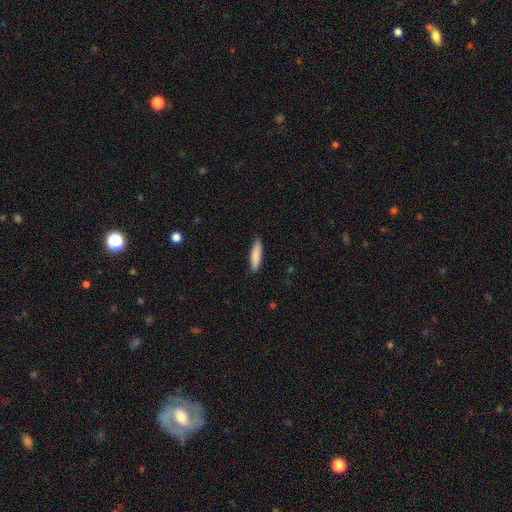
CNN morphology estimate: Smooth or featured? Predicted: smooth (p=0.86). How rounded? Predicted: cigar-shaped (p=0.74). Merging? Predicted: none (p=0.87).